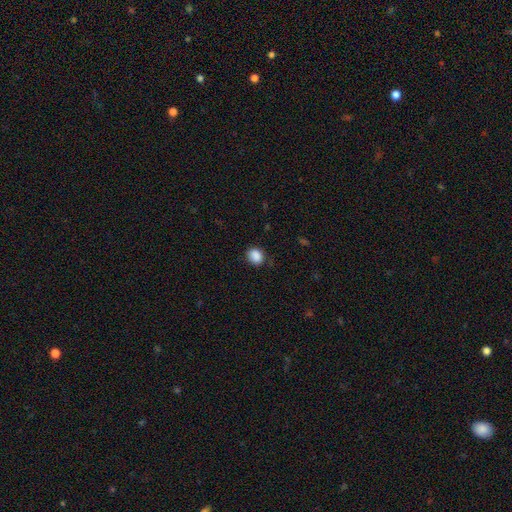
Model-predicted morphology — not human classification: Smooth or featured? Predicted: smooth (p=0.88). How rounded? Predicted: round (p=0.55). Merging? Predicted: none (p=0.78).